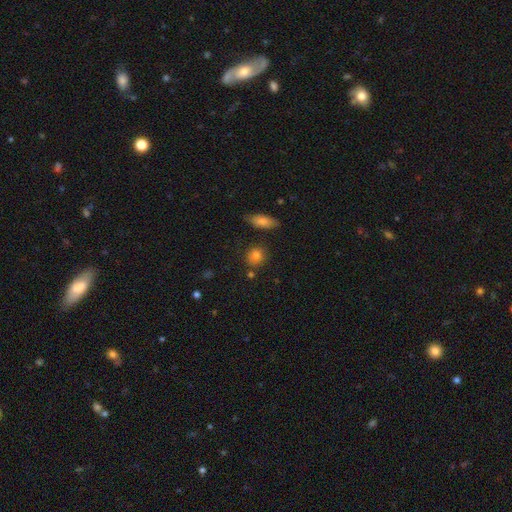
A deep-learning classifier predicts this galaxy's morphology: This appears to be a smooth galaxy with no disk features (82%) that is round (76%). Merging: none (80%).